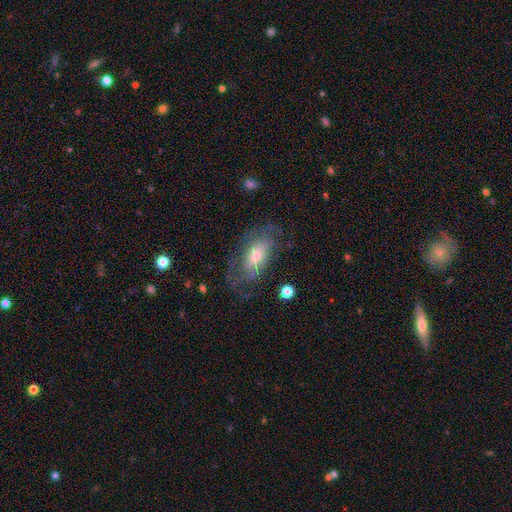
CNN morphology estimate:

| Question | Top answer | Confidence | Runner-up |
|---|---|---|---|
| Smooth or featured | featured or disk | 57% | smooth (35%) |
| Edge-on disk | no | 91% | yes (9%) |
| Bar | no | 71% | weak (24%) |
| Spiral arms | yes | 73% | no (27%) |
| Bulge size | moderate | 48% | small (31%) |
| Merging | none | 60% | minor disturbance (22%) |